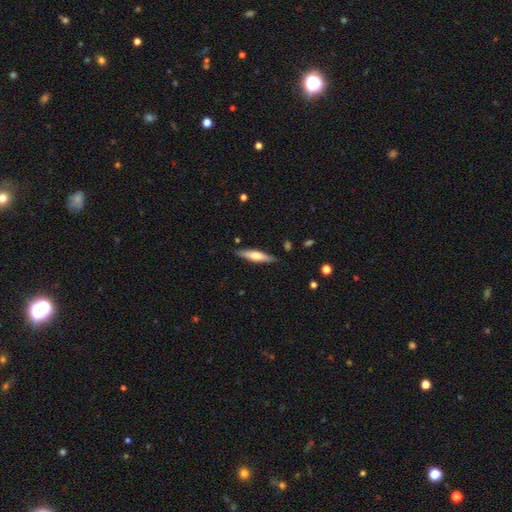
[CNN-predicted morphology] This appears to be a featured or disk galaxy (50%) viewed edge-on (94%). Merging: none (87%).